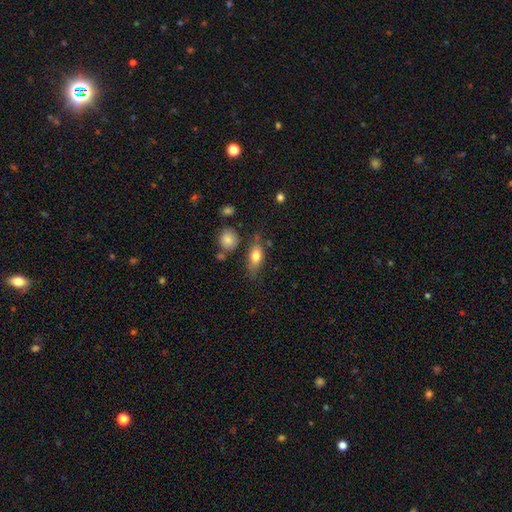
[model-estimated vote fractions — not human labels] smooth_or_featured: smooth (p=0.72) [alt: featured or disk p=0.20]
how_rounded: in between (p=0.77) [alt: cigar-shaped p=0.15]
merging: none (p=0.66) [alt: minor disturbance p=0.21]